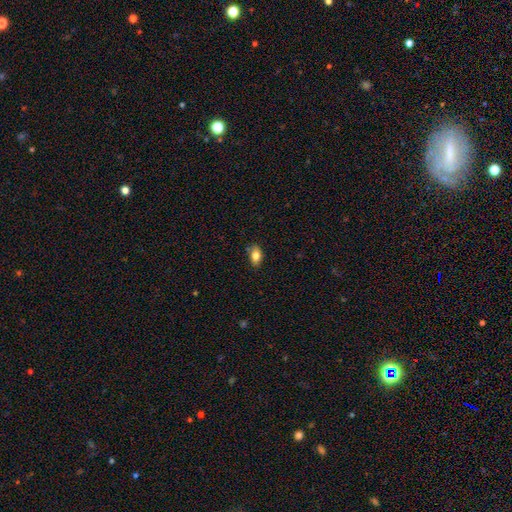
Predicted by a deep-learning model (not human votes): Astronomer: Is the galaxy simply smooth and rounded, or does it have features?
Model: smooth — 83%.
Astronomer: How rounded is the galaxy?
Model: in between — 86%.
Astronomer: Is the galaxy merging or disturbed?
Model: none — 80%.